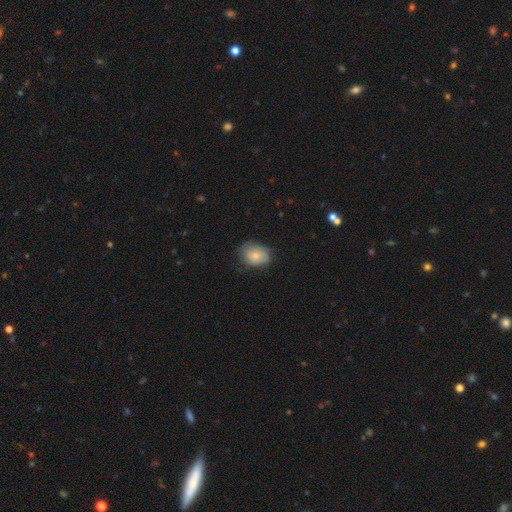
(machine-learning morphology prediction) Overall: smooth (74%). How rounded: in between (60%; round 39%). Merging: none (62%; minor disturbance 29%).